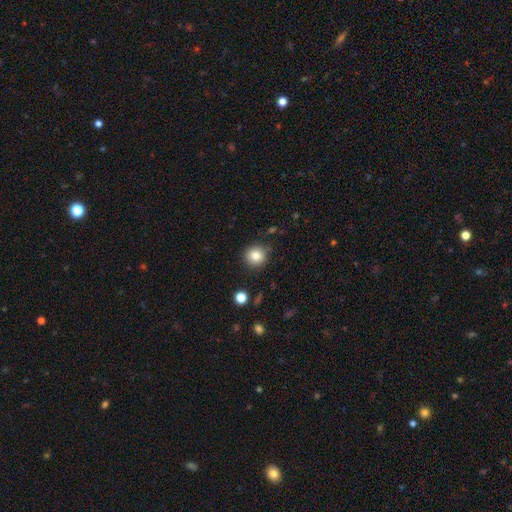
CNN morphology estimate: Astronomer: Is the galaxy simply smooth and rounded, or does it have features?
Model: smooth — 82%.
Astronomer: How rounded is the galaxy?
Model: round — 93%.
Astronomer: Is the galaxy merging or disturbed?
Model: none — 88%.